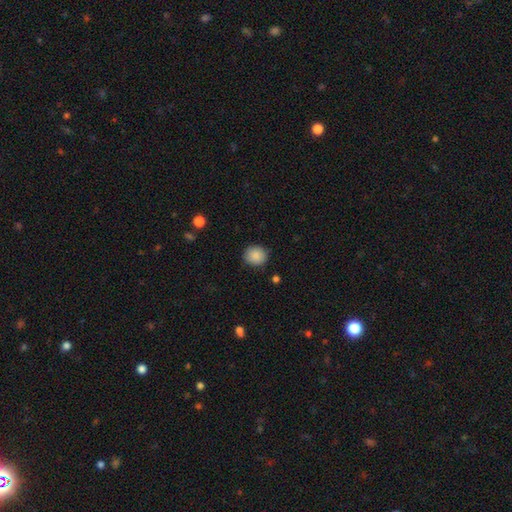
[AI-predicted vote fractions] This appears to be a smooth galaxy with no disk features (88%) that is round (80%). Merging: none (87%).